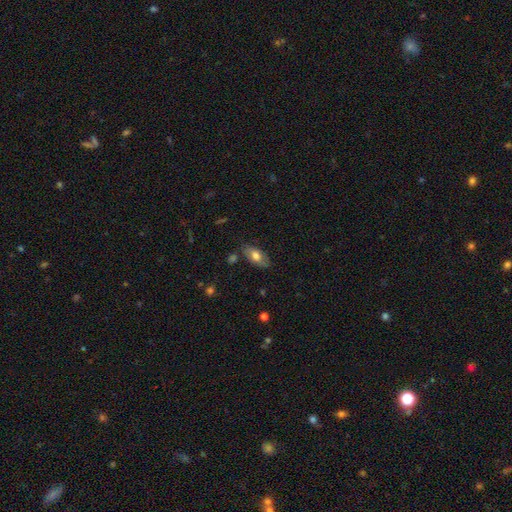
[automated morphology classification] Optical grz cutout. It shows a smooth galaxy with no disk features (63%) that is in between round and cigar-shaped (91%). Merging: none (77%).